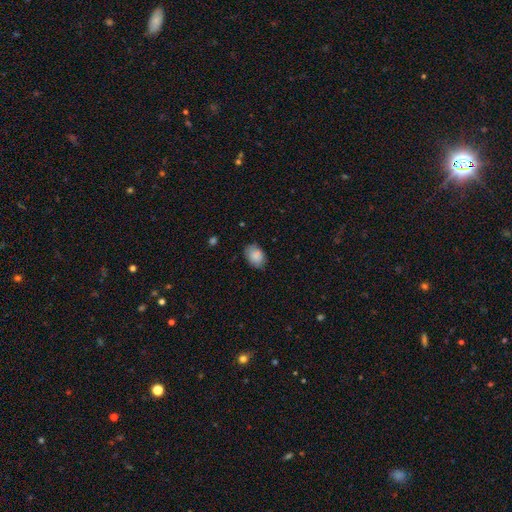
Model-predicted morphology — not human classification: Overall: smooth (87%). How rounded: in between (77%). Merging: none (77%).